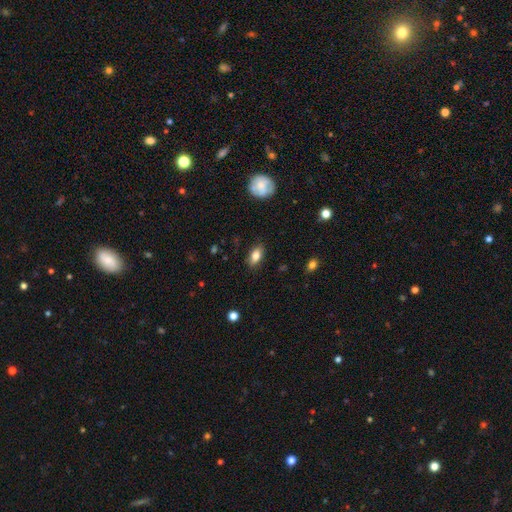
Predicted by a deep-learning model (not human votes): Smooth or featured? Predicted: smooth (p=0.78). How rounded? Predicted: in between (p=0.86). Merging? Predicted: none (p=0.84).